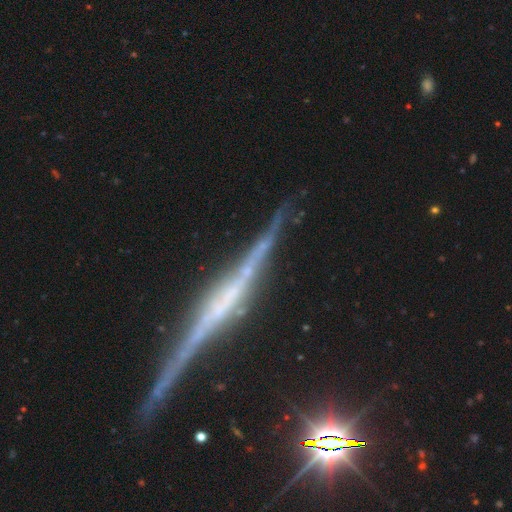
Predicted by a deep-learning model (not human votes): Smooth or featured?
  - featured or disk: 84% *
  - star or artifact: 9%
  - smooth: 7%
Edge-on disk?
  - yes: 98% *
  - no: 2%
Edge-on bulge?
  - boxy: 36% *
  - none: 32%
  - rounded: 32%
Merging?
  - none: 84% *
  - minor disturbance: 11%
  - major disturbance: 3%
  - merger: 2%